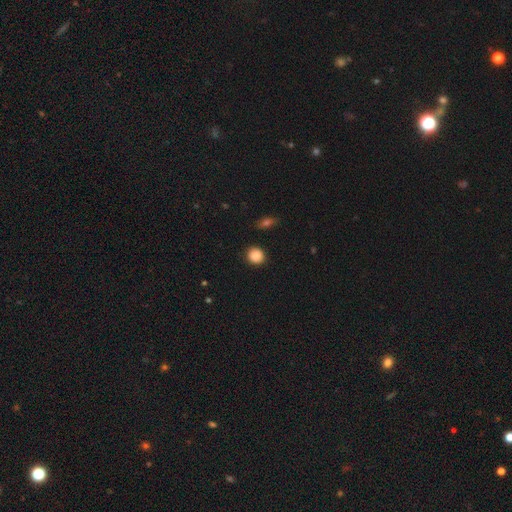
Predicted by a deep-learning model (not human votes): smooth 88%, star or artifact 9%, featured or disk 4%. Down the decision tree: how rounded — round (88%); merging — none (89%).